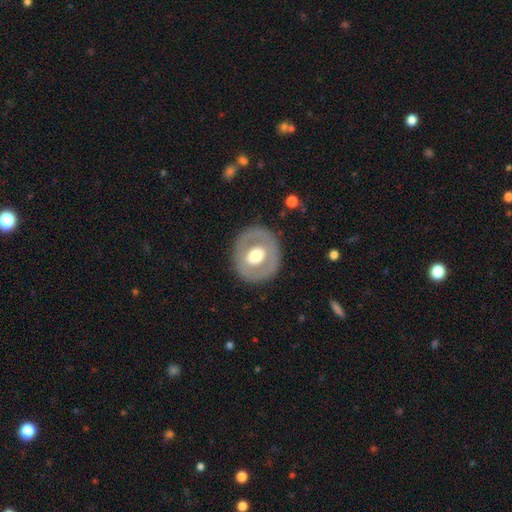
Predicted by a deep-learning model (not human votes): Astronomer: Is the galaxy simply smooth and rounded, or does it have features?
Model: featured or disk — 50% (runner-up: smooth, 45%).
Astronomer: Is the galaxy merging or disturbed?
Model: none — 83%.